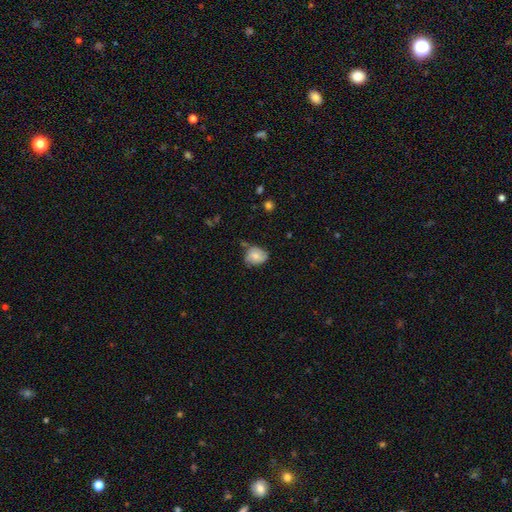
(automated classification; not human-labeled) A smooth galaxy with no disk features (60%) that is in between round and cigar-shaped (52%).

Vote fractions:
- Smooth or featured? smooth: 60% / featured or disk: 32% / star or artifact: 8%
- How rounded? in between: 52% / round: 47% / cigar-shaped: 1%
- Merging? none: 56% / minor disturbance: 33% / major disturbance: 7% / merger: 4%